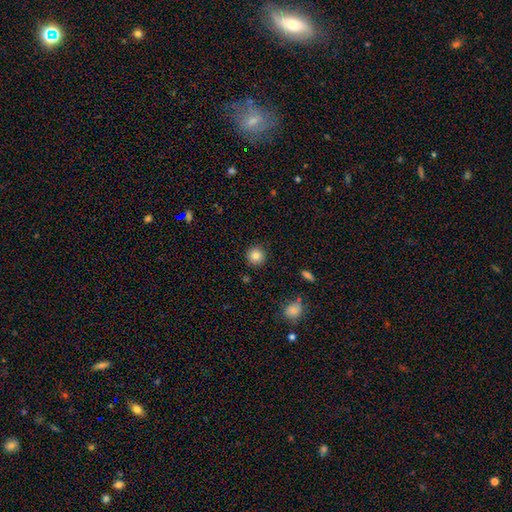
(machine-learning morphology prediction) smooth_or_featured: smooth (p=0.85) [alt: star or artifact p=0.10]
how_rounded: round (p=0.94) [alt: in between p=0.05]
merging: none (p=0.90) [alt: minor disturbance p=0.07]